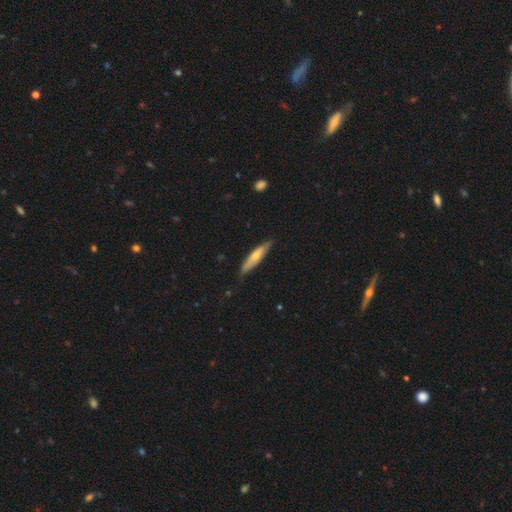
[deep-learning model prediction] Q: Smooth or featured?
A: smooth (55%); runner-up: featured or disk (40%)
Q: How rounded?
A: cigar-shaped (82%); runner-up: in between (17%)
Q: Merging?
A: none (80%); runner-up: minor disturbance (17%)